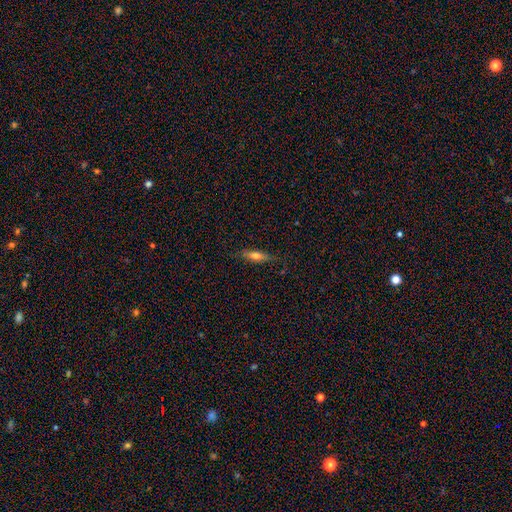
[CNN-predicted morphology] Smooth or featured?
  - smooth: 57% *
  - featured or disk: 36%
  - star or artifact: 7%
How rounded?
  - cigar-shaped: 67% *
  - in between: 30%
  - round: 2%
Merging?
  - none: 79% *
  - minor disturbance: 16%
  - major disturbance: 4%
  - merger: 1%